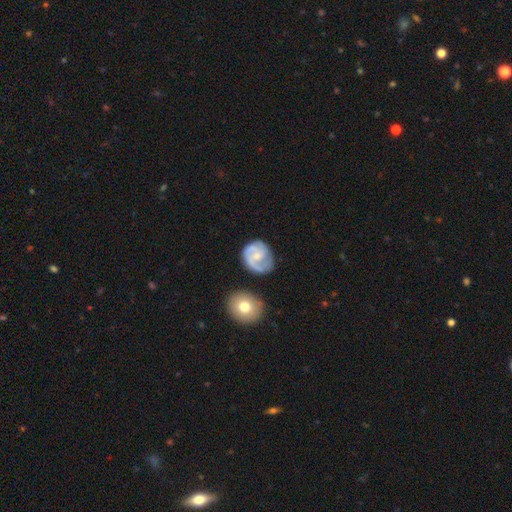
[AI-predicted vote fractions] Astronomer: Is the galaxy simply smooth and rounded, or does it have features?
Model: featured or disk — 75%.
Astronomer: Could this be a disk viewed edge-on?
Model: no — 98%.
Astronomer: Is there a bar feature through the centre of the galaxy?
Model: no — 62%.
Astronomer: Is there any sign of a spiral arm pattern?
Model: yes — 93%.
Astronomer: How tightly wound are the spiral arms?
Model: medium — 46% (runner-up: tight, 37%).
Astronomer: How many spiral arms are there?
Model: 2 — 47% (runner-up: 3, 26%).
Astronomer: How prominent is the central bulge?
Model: small — 58% (runner-up: moderate, 33%).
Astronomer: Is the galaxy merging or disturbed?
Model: none — 67%.